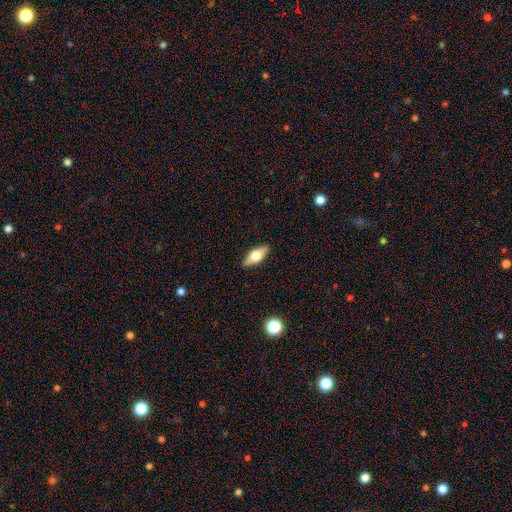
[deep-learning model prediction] smooth 49%, featured or disk 44%, star or artifact 7%. Down the decision tree: merging — none (88%).